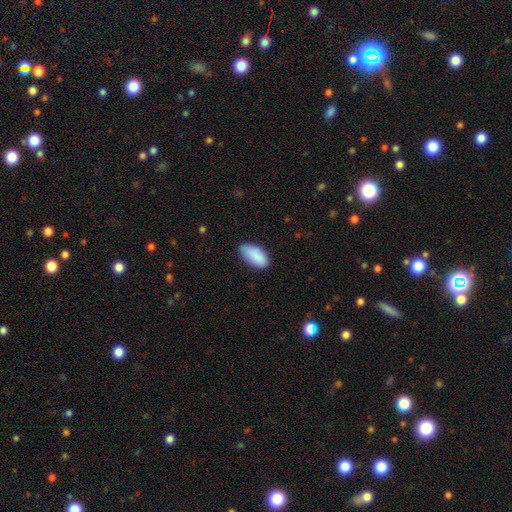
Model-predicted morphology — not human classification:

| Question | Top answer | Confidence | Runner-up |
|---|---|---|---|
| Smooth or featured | smooth | 88% | star or artifact (7%) |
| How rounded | in between | 93% | cigar-shaped (5%) |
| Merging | none | 70% | minor disturbance (24%) |